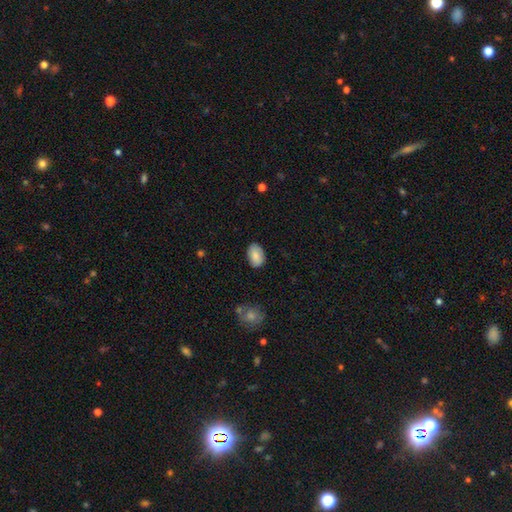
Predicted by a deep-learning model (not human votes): smooth-or-featured: smooth: 85% | featured or disk: 8% | star or artifact: 7%
  how-rounded: in between: 89% | round: 10% | cigar-shaped: 1%
  merging: none: 83% | minor disturbance: 14% | major disturbance: 2% | merger: 1%